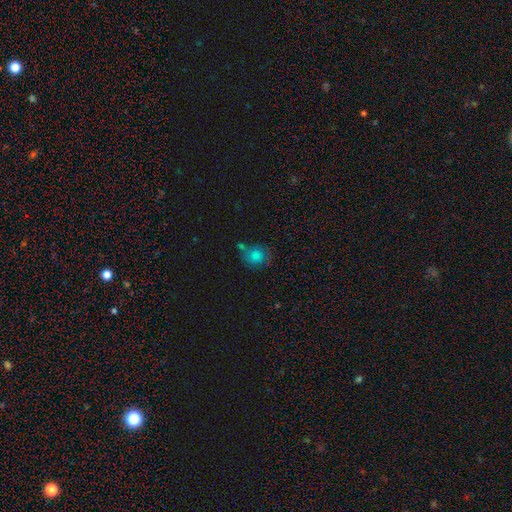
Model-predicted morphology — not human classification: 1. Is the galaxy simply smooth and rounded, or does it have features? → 77% smooth, 12% star or artifact, 11% featured or disk.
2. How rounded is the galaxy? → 84% round, 15% in between, 1% cigar-shaped.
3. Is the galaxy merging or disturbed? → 61% none, 17% merger, 16% minor disturbance, 5% major disturbance.